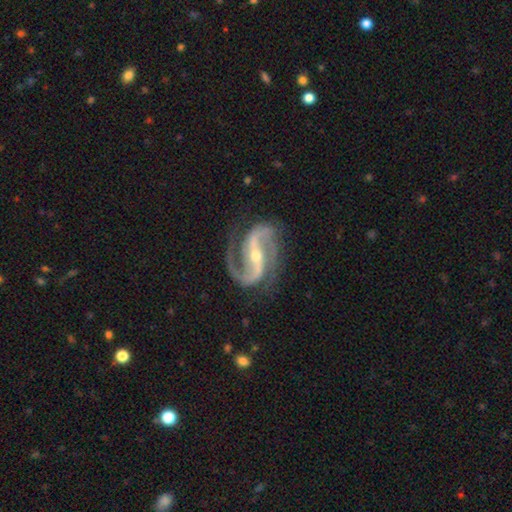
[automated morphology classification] Q: Smooth or featured?
A: featured or disk (94%); runner-up: star or artifact (4%)
Q: Edge-on disk?
A: no (98%); runner-up: yes (2%)
Q: Bar?
A: strong (57%); runner-up: weak (27%)
Q: Spiral arms?
A: yes (99%); runner-up: no (1%)
Q: Spiral winding?
A: medium (59%); runner-up: loose (25%)
Q: Spiral arm count?
A: 2 (92%); runner-up: 3 (3%)
Q: Bulge size?
A: small (57%); runner-up: moderate (41%)
Q: Merging?
A: none (78%); runner-up: minor disturbance (14%)